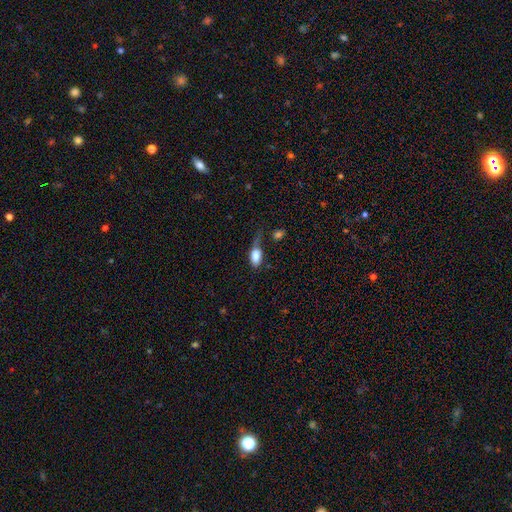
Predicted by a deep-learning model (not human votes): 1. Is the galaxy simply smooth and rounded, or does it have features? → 78% smooth, 14% featured or disk, 8% star or artifact.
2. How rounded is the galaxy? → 88% in between, 7% round, 5% cigar-shaped.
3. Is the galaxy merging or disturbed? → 32% none, 31% major disturbance, 25% minor disturbance, 12% merger.